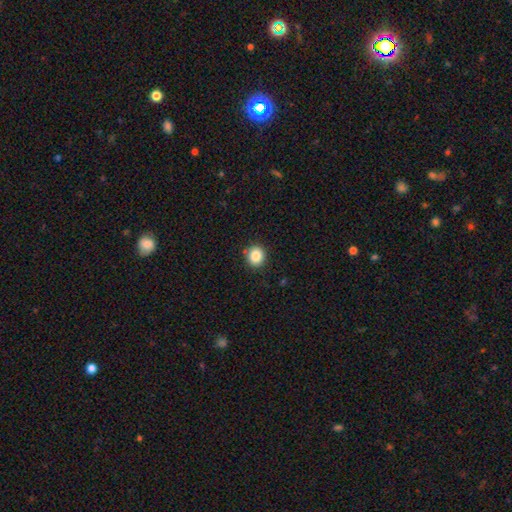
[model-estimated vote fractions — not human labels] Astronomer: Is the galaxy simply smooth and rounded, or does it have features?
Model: smooth — 86%.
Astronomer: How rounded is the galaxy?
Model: round — 80%.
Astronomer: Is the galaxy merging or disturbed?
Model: none — 88%.